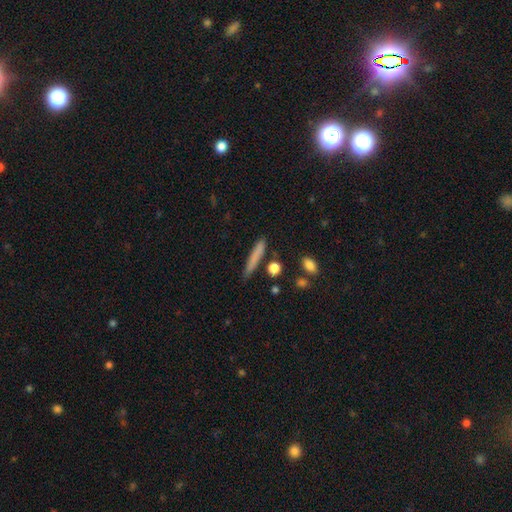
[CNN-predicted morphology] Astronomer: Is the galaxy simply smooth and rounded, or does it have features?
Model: smooth — 74%.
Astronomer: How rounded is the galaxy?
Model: cigar-shaped — 93%.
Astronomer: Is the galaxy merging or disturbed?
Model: none — 80%.